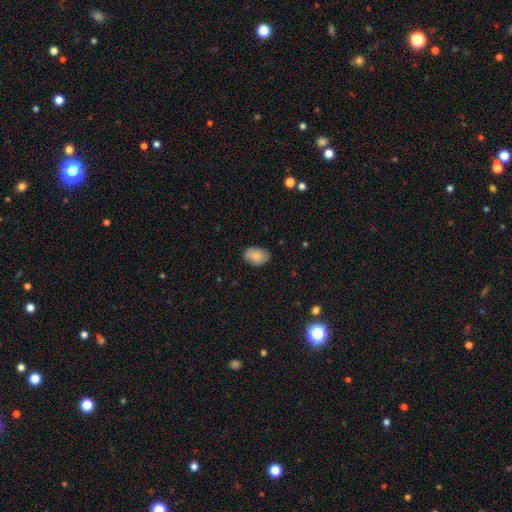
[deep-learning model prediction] Smooth or featured? smooth (86%)
How rounded? in between (87%)
Merging? none (83%)